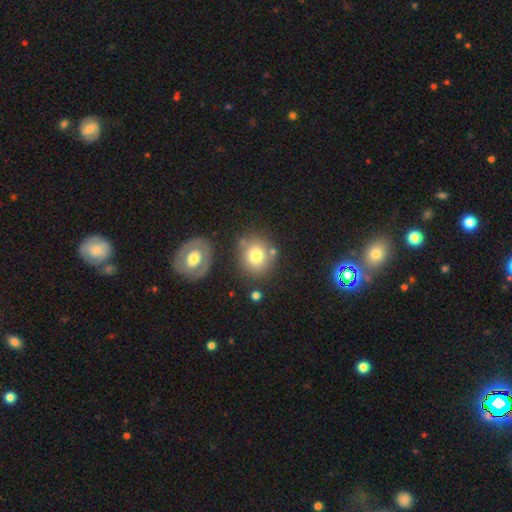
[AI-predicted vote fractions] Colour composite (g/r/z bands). It shows a smooth galaxy with no disk features (75%) that is round (80%). Merging: none (72%).